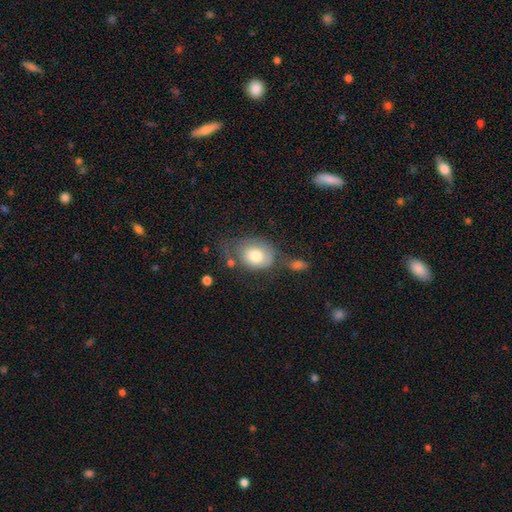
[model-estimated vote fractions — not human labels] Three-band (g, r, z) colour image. It shows a smooth galaxy with no disk features (74%) that is in between round and cigar-shaped (61%). Merging: none (42%).